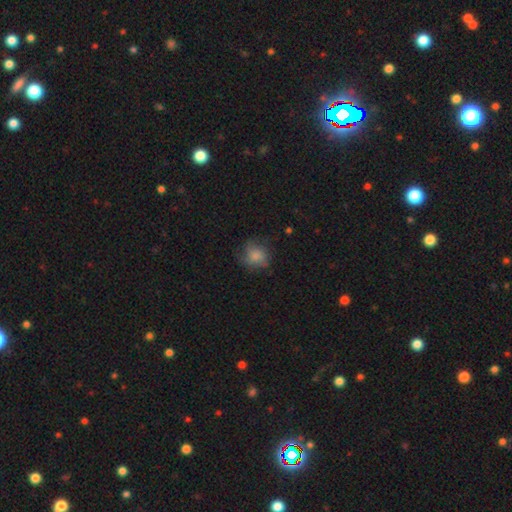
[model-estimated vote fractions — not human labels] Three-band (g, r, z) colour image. It shows a smooth galaxy with no disk features (70%) that is round (79%). Merging: none (63%).